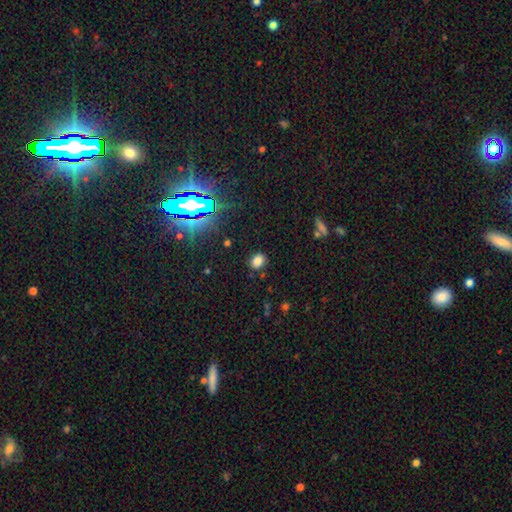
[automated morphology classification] Smooth or featured?
  - smooth: 73% *
  - star or artifact: 20%
  - featured or disk: 6%
How rounded?
  - in between: 56% *
  - round: 42%
  - cigar-shaped: 1%
Merging?
  - none: 85% *
  - minor disturbance: 10%
  - major disturbance: 3%
  - merger: 2%